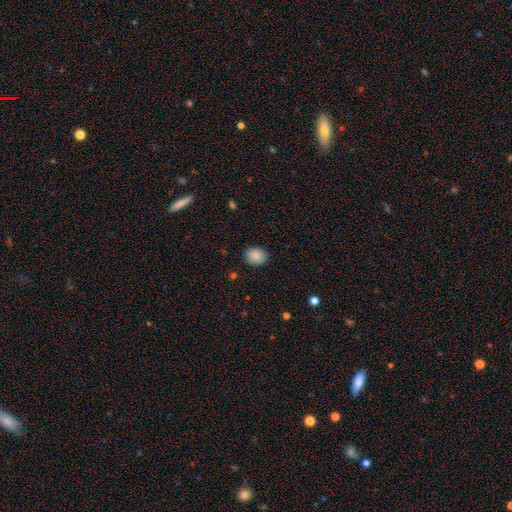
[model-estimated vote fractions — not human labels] This is clearly a smooth galaxy (88%). How rounded: possibly round (58%). Merging: clearly none (85%).